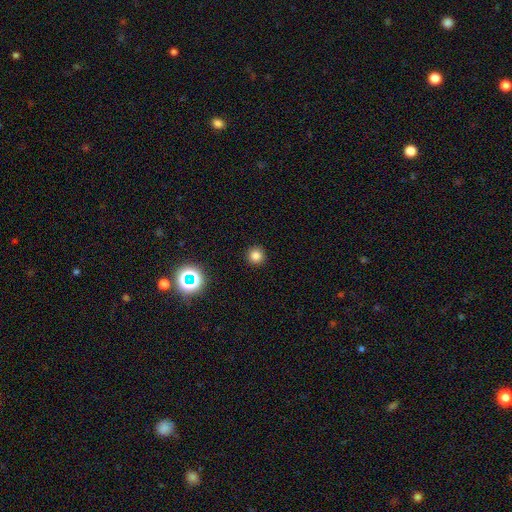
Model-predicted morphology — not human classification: Q: Smooth or featured?
A: smooth (80%); runner-up: star or artifact (15%)
Q: How rounded?
A: round (95%); runner-up: in between (4%)
Q: Merging?
A: none (93%); runner-up: minor disturbance (5%)